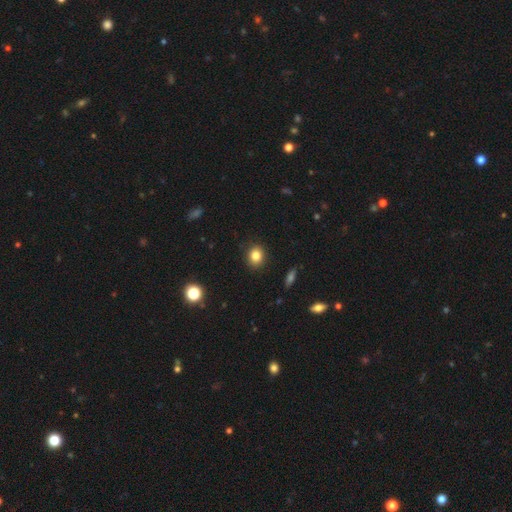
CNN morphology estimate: This is clearly a smooth galaxy (83%). How rounded: likely round (63%). Merging: clearly none (89%).